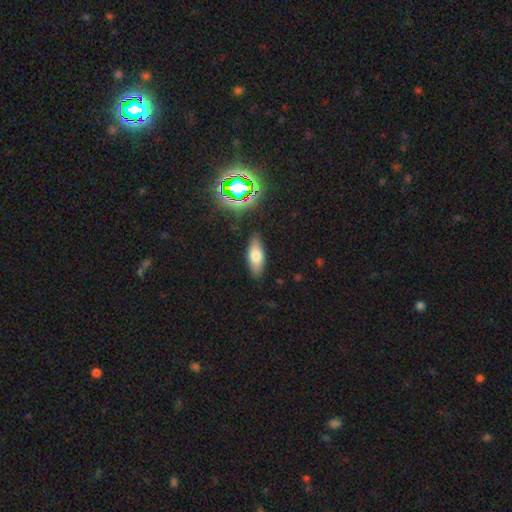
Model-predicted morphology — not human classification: Overall: smooth (71%). How rounded: in between (76%). Merging: none (85%).